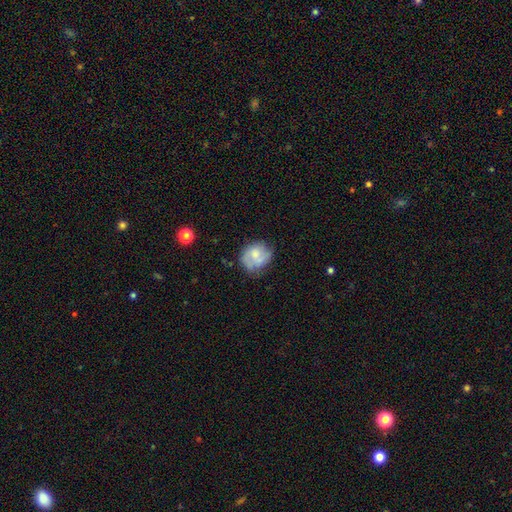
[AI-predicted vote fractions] This appears to be a smooth galaxy with no disk features (53%) that is round (69%). Merging: none (50%).